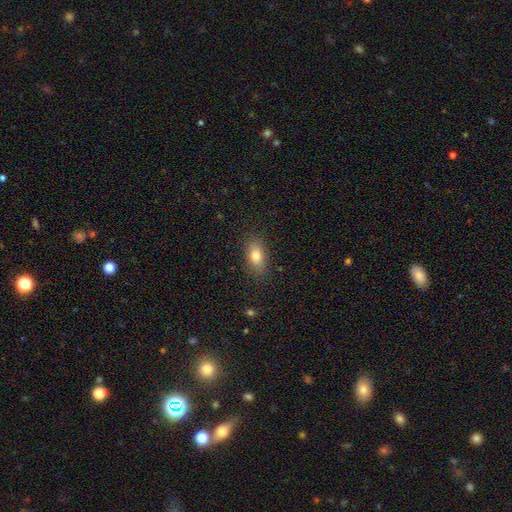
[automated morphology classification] A smooth galaxy with no disk features (78%) that is in between round and cigar-shaped (84%).

Vote fractions:
- Smooth or featured? smooth: 78% / featured or disk: 13% / star or artifact: 9%
- How rounded? in between: 84% / round: 8% / cigar-shaped: 8%
- Merging? none: 85% / minor disturbance: 11% / major disturbance: 3% / merger: 1%